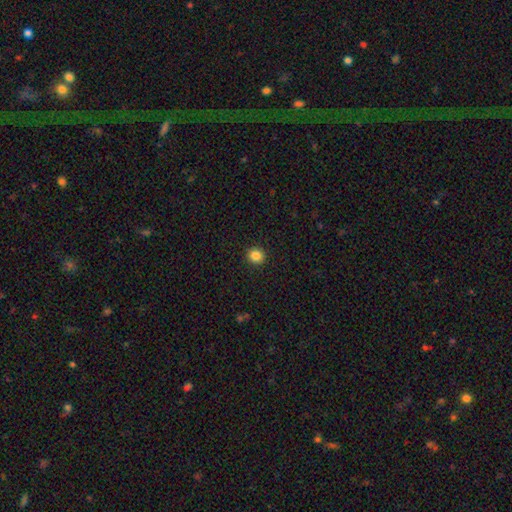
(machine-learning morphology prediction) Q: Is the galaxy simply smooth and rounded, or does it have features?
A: smooth — 85%.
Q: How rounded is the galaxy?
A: round — 93%.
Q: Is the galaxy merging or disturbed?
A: none — 93%.